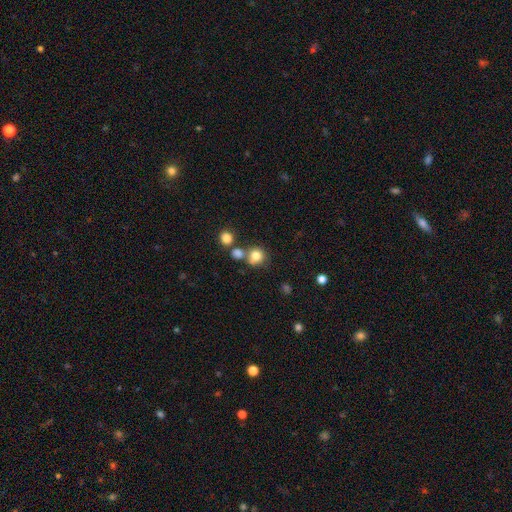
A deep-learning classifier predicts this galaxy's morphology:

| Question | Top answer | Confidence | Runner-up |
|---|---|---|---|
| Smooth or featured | smooth | 80% | star or artifact (12%) |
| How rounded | round | 88% | in between (11%) |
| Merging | none | 62% | merger (23%) |